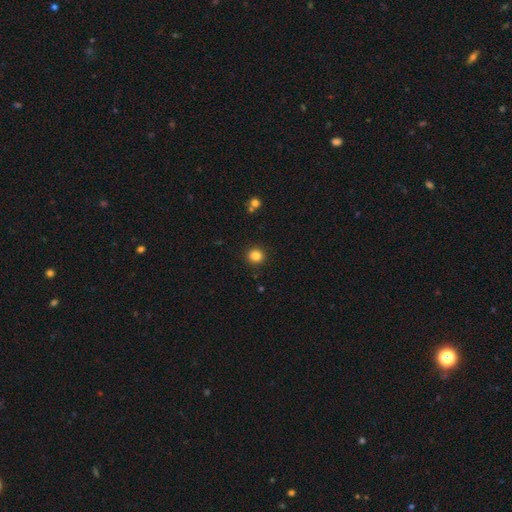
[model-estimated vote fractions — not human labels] smooth-or-featured: smooth: 84% | star or artifact: 12% | featured or disk: 4%
  how-rounded: round: 93% | in between: 6% | cigar-shaped: 1%
  merging: none: 92% | minor disturbance: 5% | major disturbance: 2% | merger: 1%